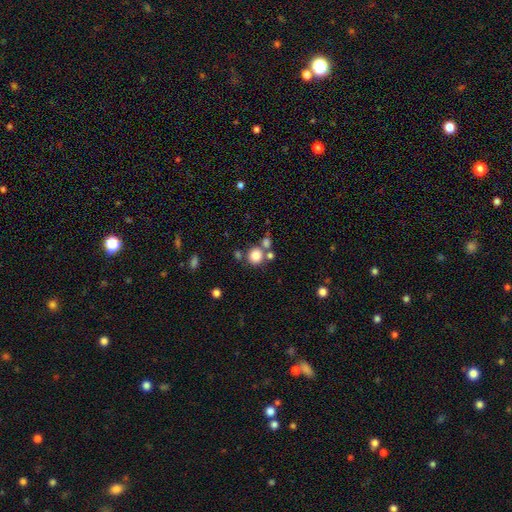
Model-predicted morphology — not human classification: Q: Smooth or featured?
A: smooth (81%); runner-up: star or artifact (11%)
Q: How rounded?
A: round (89%); runner-up: in between (10%)
Q: Merging?
A: none (65%); runner-up: merger (22%)